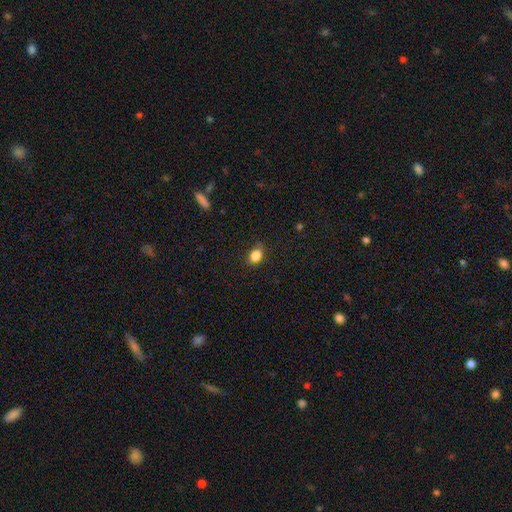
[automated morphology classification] The model was most divided on "how rounded": in between: 58%, round: 41%, cigar-shaped: 1%. More confident: smooth or featured — smooth (85%); merging — none (81%).